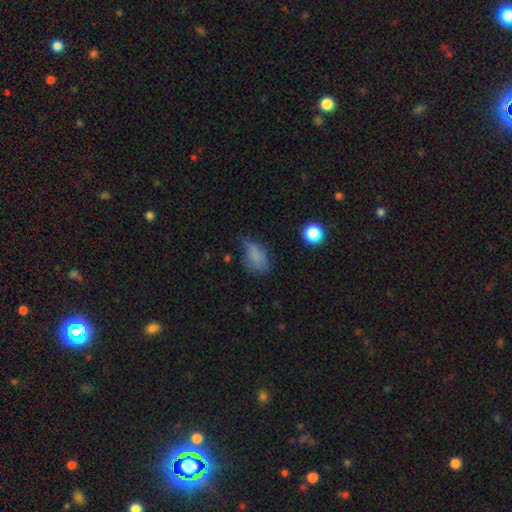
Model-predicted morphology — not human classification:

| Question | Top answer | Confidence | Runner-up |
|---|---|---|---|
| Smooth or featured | smooth | 76% | star or artifact (13%) |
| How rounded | in between | 84% | round (10%) |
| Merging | none | 45% | minor disturbance (35%) |